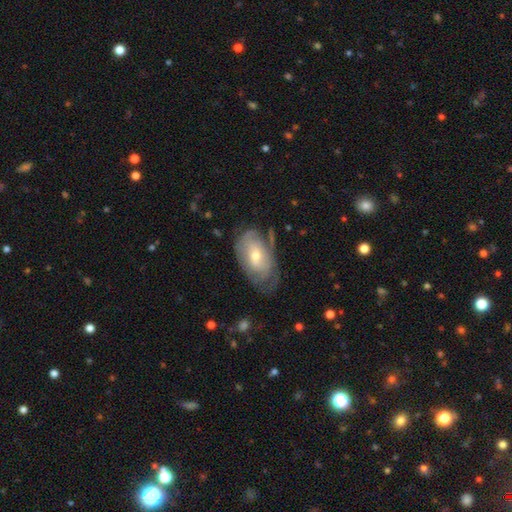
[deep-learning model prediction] smooth_or_featured: featured or disk (p=0.63) [alt: smooth p=0.31]
disk_edge_on: no (p=0.93) [alt: yes p=0.07]
bar: no (p=0.60) [alt: weak p=0.32]
has_spiral_arms: yes (p=0.73) [alt: no p=0.27]
bulge_size: moderate (p=0.54) [alt: small p=0.41]
merging: none (p=0.54) [alt: minor disturbance p=0.28]